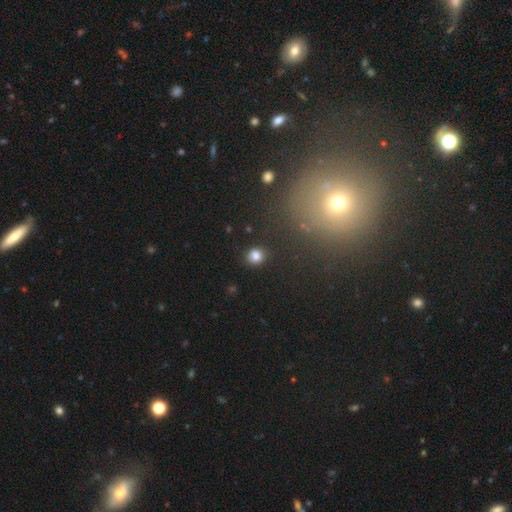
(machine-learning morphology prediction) This appears to be a smooth galaxy with no disk features (82%) that is round (78%). Merging: none (86%).